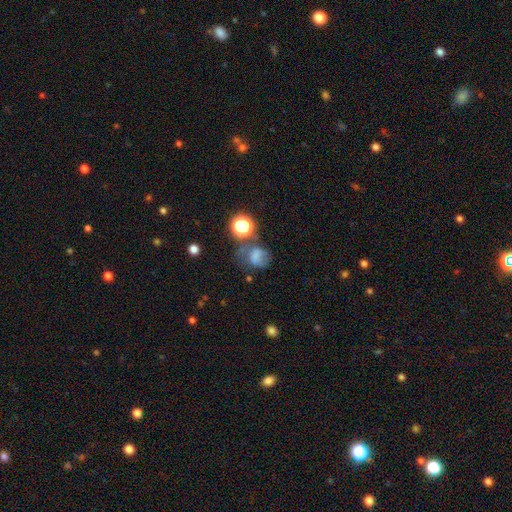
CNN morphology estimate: Smooth or featured: smooth — 58% (featured or disk — 21%)
How rounded: round — 58% (in between — 41%)
Merging: none — 39% (major disturbance — 25%)